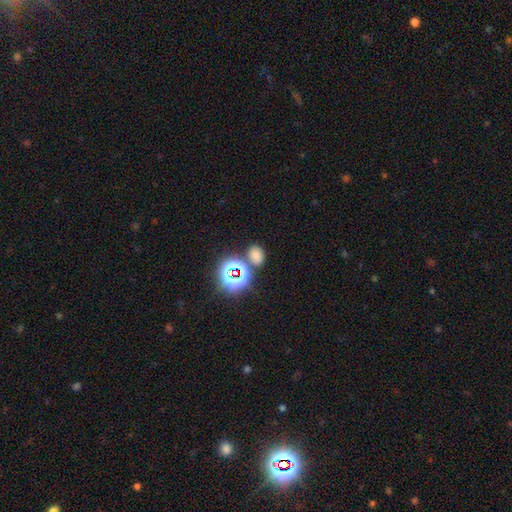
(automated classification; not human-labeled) Smooth or featured? Predicted: smooth (p=0.66). How rounded? Predicted: in between (p=0.66). Merging? Predicted: none (p=0.72).